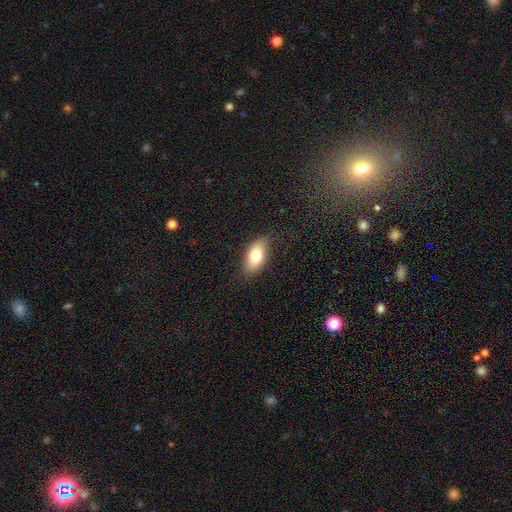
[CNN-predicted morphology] This appears to be a smooth galaxy with no disk features (74%) that is in between round and cigar-shaped (88%). Merging: none (83%).